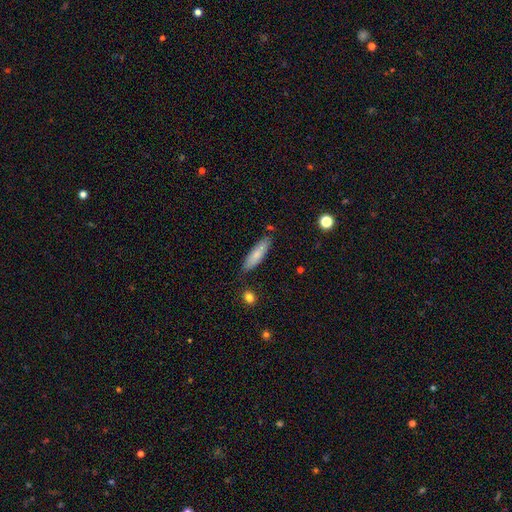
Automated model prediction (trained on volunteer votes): Smooth or featured?
  - smooth: 77% *
  - featured or disk: 17%
  - star or artifact: 6%
How rounded?
  - cigar-shaped: 64% *
  - in between: 34%
  - round: 2%
Merging?
  - none: 79% *
  - minor disturbance: 15%
  - merger: 3%
  - major disturbance: 3%